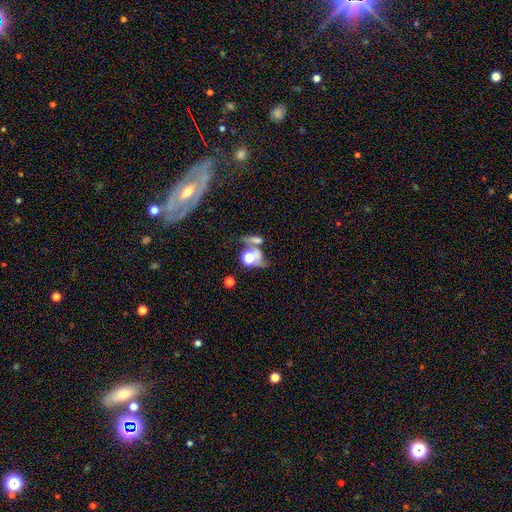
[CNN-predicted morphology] Smooth or featured? featured or disk (43%)
Merging? none (67%)